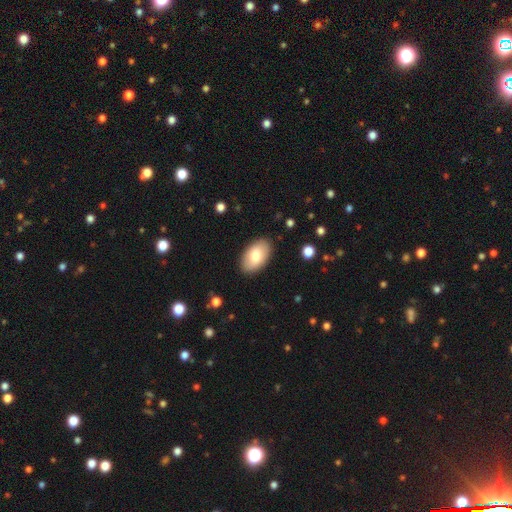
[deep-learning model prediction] Overall: smooth (77%). How rounded: in between (94%). Merging: none (88%).